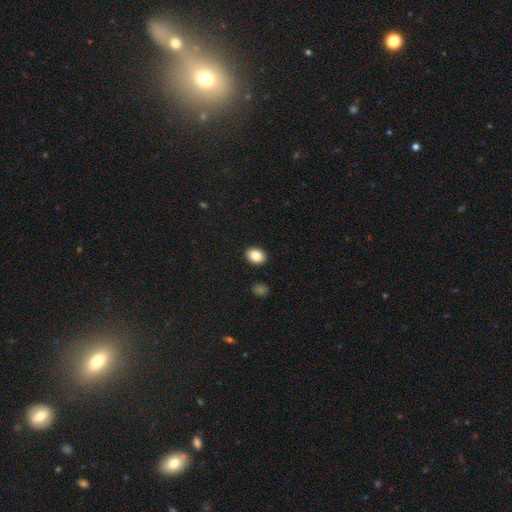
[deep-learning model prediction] A smooth galaxy with no disk features (85%) that is in between round and cigar-shaped (67%). Merging: none (91%).